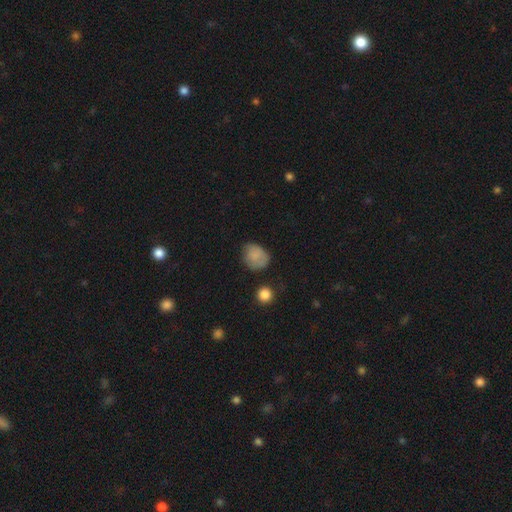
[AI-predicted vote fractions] This appears to be a smooth galaxy with no disk features (79%) that is round (58%). Merging: none (57%).